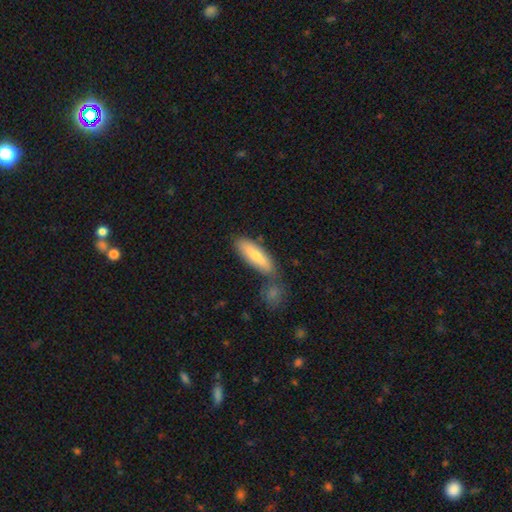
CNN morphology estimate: Overall: smooth (72%). How rounded: cigar-shaped (58%; in between 40%). Merging: none (65%).